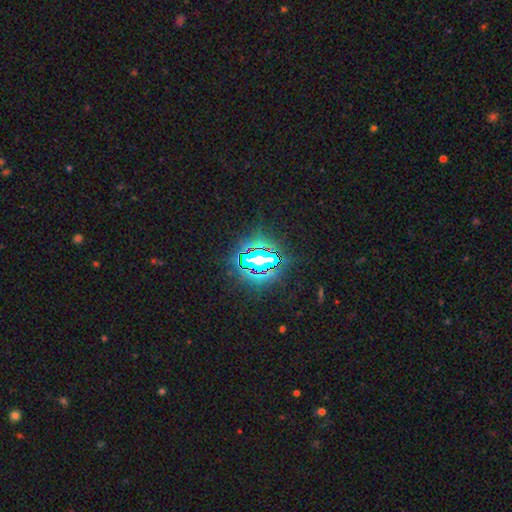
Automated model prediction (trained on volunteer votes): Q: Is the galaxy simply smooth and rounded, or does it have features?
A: star or artifact — 84%.